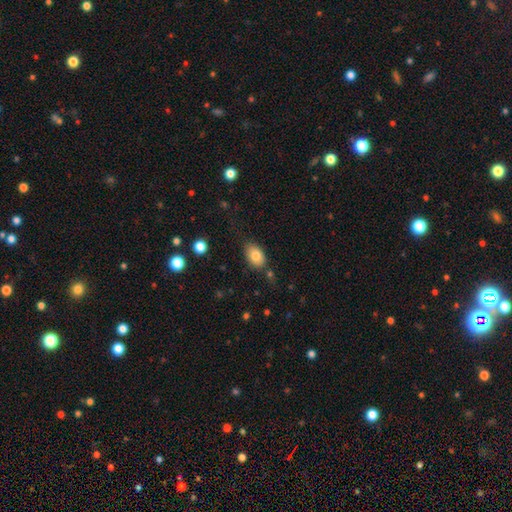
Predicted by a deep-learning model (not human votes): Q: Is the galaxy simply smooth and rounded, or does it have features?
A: smooth — 81%.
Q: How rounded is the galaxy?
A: in between — 86%.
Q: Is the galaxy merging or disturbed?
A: none — 76%.